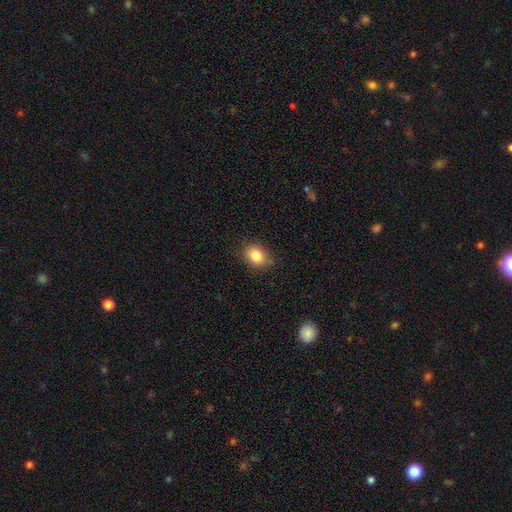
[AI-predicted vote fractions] Smooth or featured?
  - smooth: 83% *
  - star or artifact: 10%
  - featured or disk: 7%
How rounded?
  - round: 52% *
  - in between: 47%
  - cigar-shaped: 1%
Merging?
  - none: 83% *
  - minor disturbance: 13%
  - major disturbance: 3%
  - merger: 1%